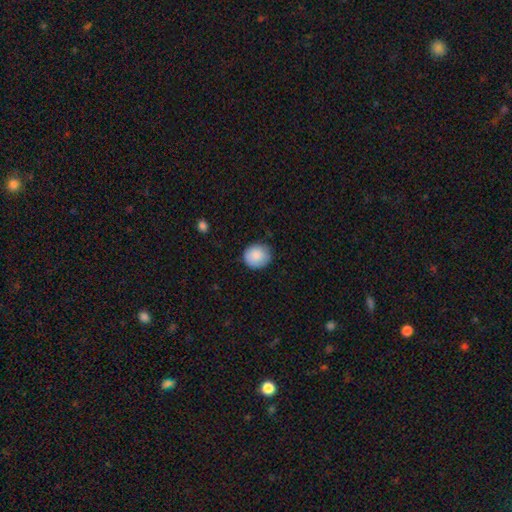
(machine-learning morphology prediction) Q: Smooth or featured?
A: smooth (87%); runner-up: star or artifact (7%)
Q: How rounded?
A: round (87%); runner-up: in between (12%)
Q: Merging?
A: none (82%); runner-up: minor disturbance (14%)